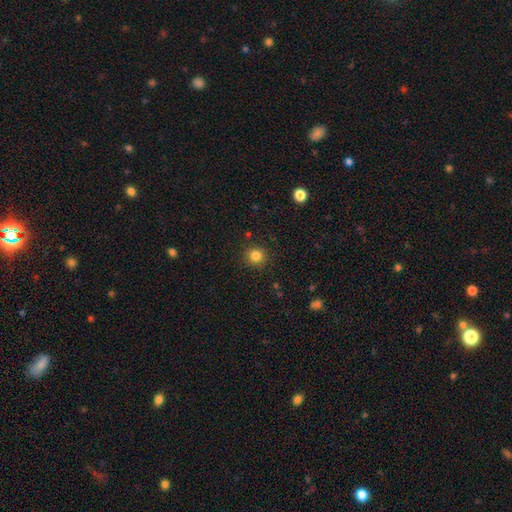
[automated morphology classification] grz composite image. It shows a smooth galaxy with no disk features (83%) that is round (92%). Merging: none (89%).